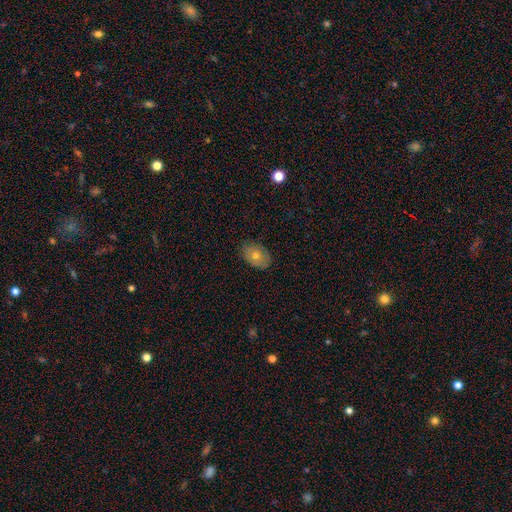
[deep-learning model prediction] smooth-or-featured: smooth: 61% | featured or disk: 29% | star or artifact: 10%
  how-rounded: in between: 82% | round: 17% | cigar-shaped: 1%
  merging: none: 83% | minor disturbance: 14% | major disturbance: 3% | merger: 1%